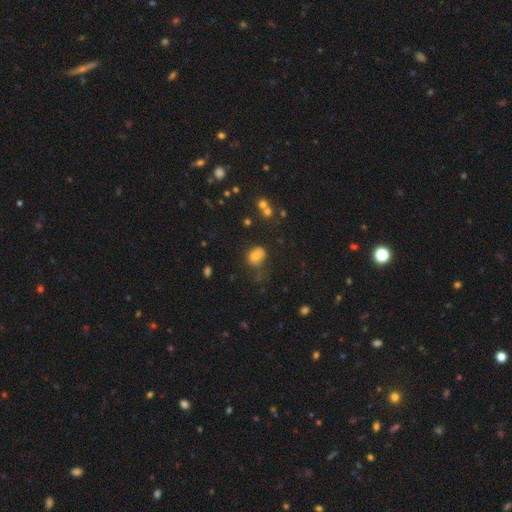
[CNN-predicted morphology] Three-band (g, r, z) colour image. It shows a smooth galaxy with no disk features (76%) that is in between round and cigar-shaped (54%). Merging: none (52%).